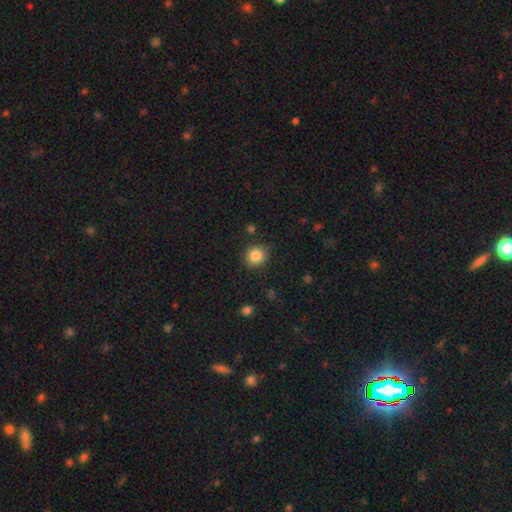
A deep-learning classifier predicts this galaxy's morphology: type=smooth (85%); roundness=round (89%); merging=none (87%).